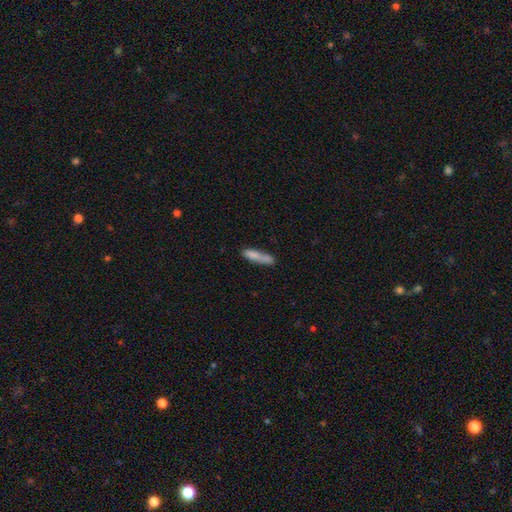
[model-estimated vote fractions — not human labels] This appears to be a smooth galaxy with no disk features (79%) that is cigar-shaped (77%). Merging: none (61%).